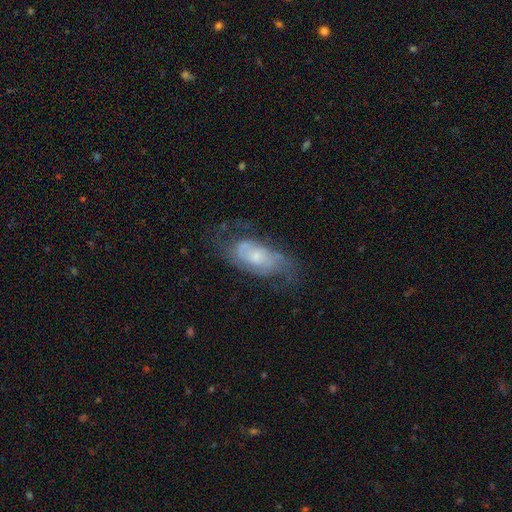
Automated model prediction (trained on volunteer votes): A featured or disk galaxy (68%) with no bar (70%), 2 (45%) medium (42%) spiral arms (80%) and a small central bulge (51%). Merging: none (55%).